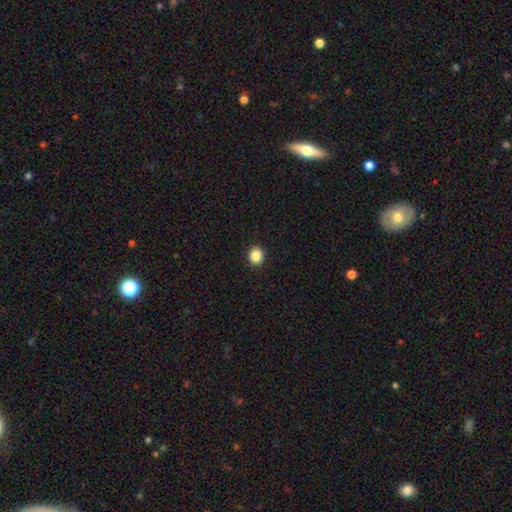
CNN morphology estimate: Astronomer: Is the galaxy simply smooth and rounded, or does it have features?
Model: smooth — 87%.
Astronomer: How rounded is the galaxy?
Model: round — 70%.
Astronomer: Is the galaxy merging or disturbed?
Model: none — 92%.